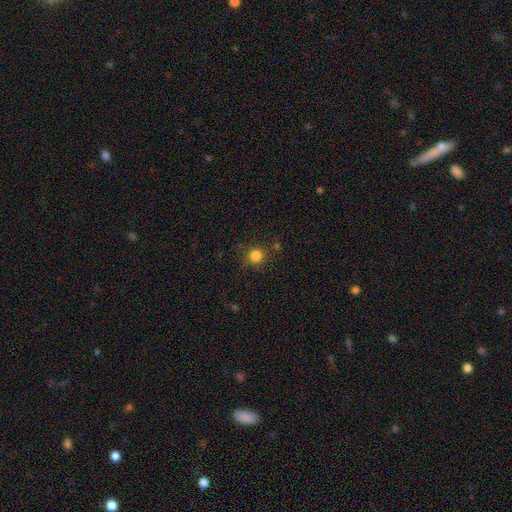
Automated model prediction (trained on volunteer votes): Smooth or featured?
  - smooth: 82% *
  - star or artifact: 13%
  - featured or disk: 4%
How rounded?
  - round: 94% *
  - in between: 5%
  - cigar-shaped: 1%
Merging?
  - none: 85% *
  - minor disturbance: 9%
  - major disturbance: 3%
  - merger: 3%